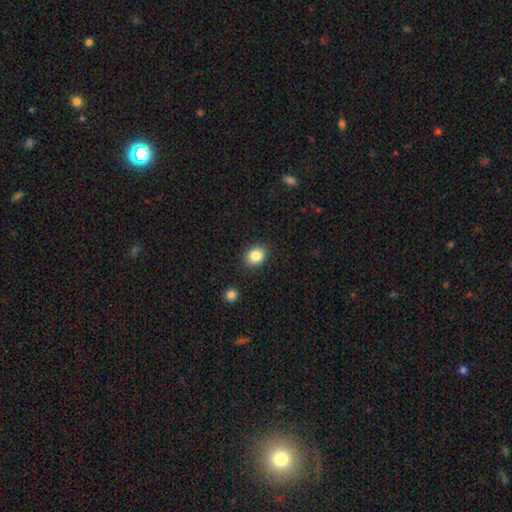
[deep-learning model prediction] This appears to be a smooth galaxy with no disk features (85%) that is round (52%). Merging: none (86%).